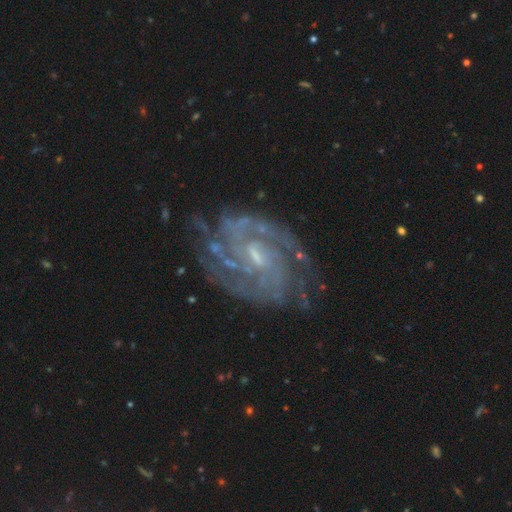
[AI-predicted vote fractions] Overall: featured or disk (89%). Edge-on disk: no (97%). Bar: weak (51%; no 35%). Spiral arms: yes (97%). Spiral arm count: 2 (29%; can't tell 25%). Spiral winding: tight (59%; medium 34%). Bulge size: small (64%; moderate 26%). Merging: none (76%).